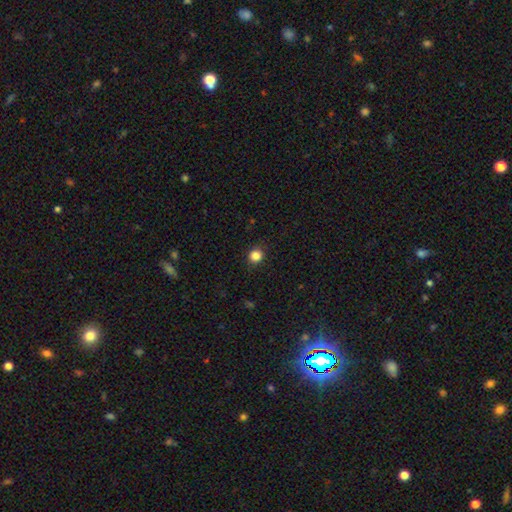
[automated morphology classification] This appears to be a smooth galaxy with no disk features (85%) that is round (85%). Merging: none (88%).